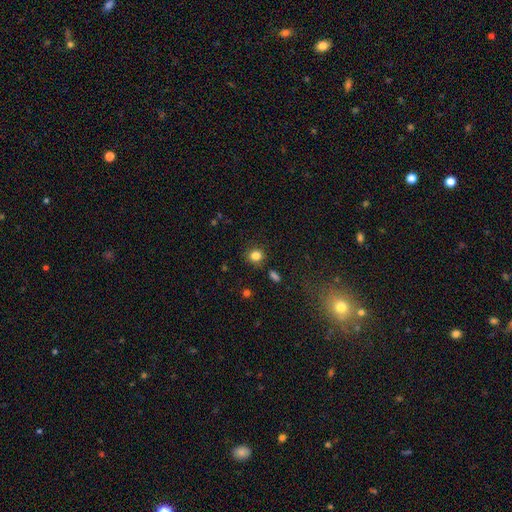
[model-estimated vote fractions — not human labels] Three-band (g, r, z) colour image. It shows a smooth galaxy with no disk features (83%) that is round (80%). Merging: none (84%).